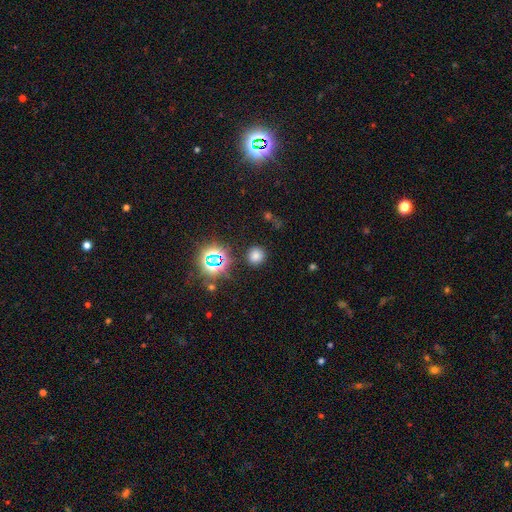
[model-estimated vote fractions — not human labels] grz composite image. It shows a smooth galaxy with no disk features (70%) that is round (90%). Merging: none (87%).